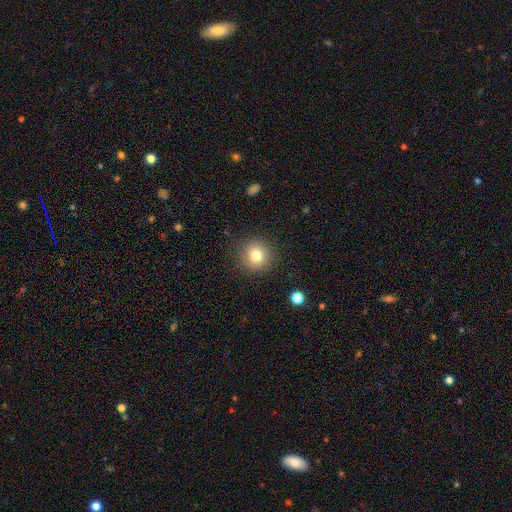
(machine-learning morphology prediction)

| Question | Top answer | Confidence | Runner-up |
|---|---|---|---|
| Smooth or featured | smooth | 79% | star or artifact (12%) |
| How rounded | round | 93% | in between (6%) |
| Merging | none | 89% | minor disturbance (7%) |